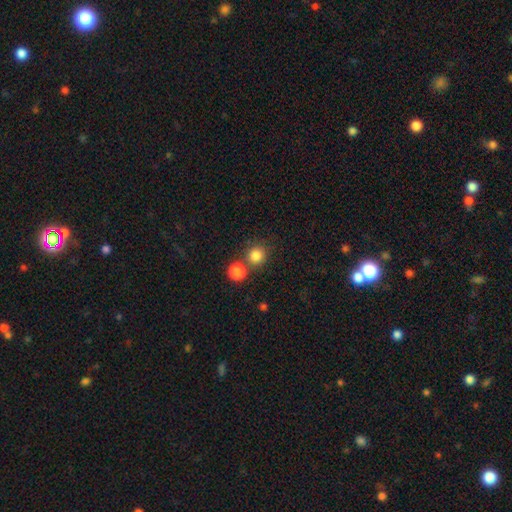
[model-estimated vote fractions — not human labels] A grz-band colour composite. It shows a smooth galaxy with no disk features (84%) that is round (90%). Merging: none (67%).